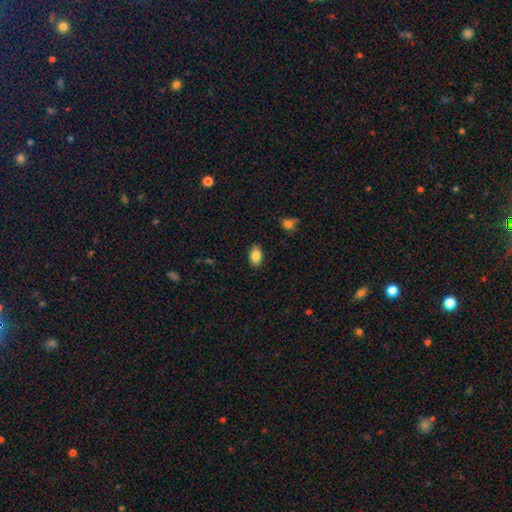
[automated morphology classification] Smooth or featured?
  - smooth: 86% *
  - star or artifact: 8%
  - featured or disk: 7%
How rounded?
  - in between: 90% *
  - round: 8%
  - cigar-shaped: 2%
Merging?
  - none: 87% *
  - minor disturbance: 9%
  - major disturbance: 2%
  - merger: 1%